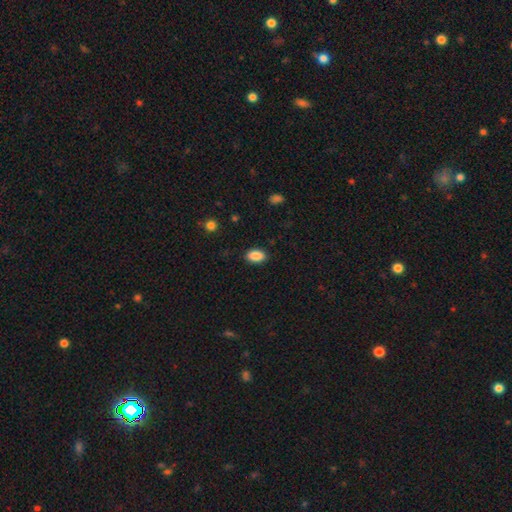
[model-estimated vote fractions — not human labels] A smooth galaxy with no disk features (88%) that is in between round and cigar-shaped (90%).

Vote fractions:
- Smooth or featured? smooth: 88% / star or artifact: 8% / featured or disk: 4%
- How rounded? in between: 90% / round: 8% / cigar-shaped: 2%
- Merging? none: 88% / minor disturbance: 9% / major disturbance: 2% / merger: 1%